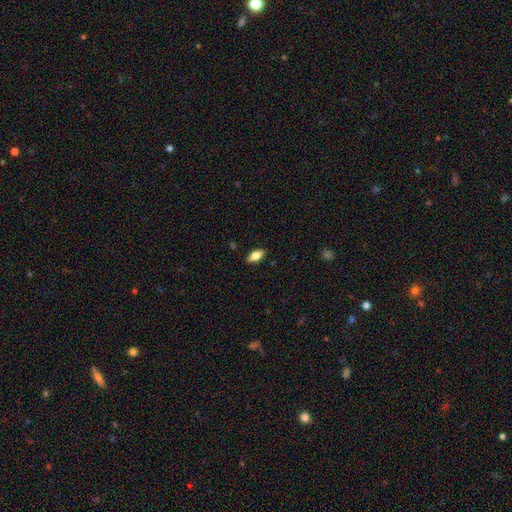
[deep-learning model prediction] A smooth galaxy with no disk features (76%) that is in between round and cigar-shaped (87%).

Vote fractions:
- Smooth or featured? smooth: 76% / featured or disk: 17% / star or artifact: 7%
- How rounded? in between: 87% / cigar-shaped: 10% / round: 3%
- Merging? none: 88% / minor disturbance: 9% / major disturbance: 2% / merger: 1%